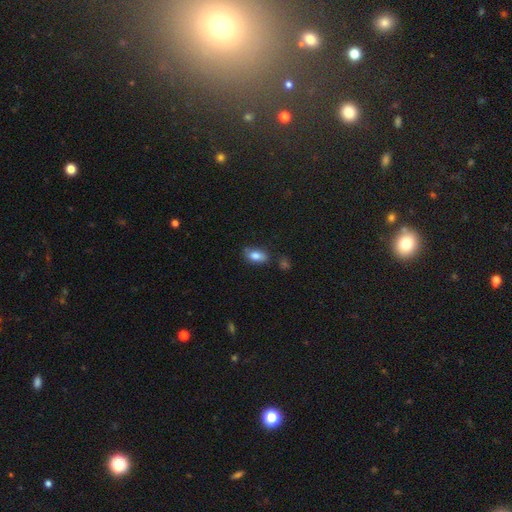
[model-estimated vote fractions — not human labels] Smooth or featured?
  - smooth: 83% *
  - featured or disk: 10%
  - star or artifact: 8%
How rounded?
  - in between: 89% *
  - cigar-shaped: 6%
  - round: 5%
Merging?
  - none: 72% *
  - minor disturbance: 19%
  - merger: 5%
  - major disturbance: 4%